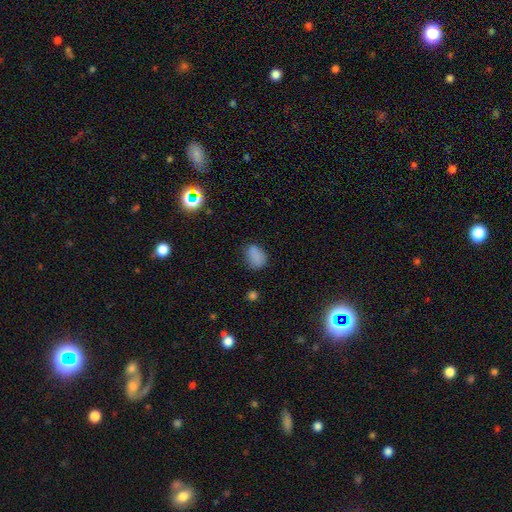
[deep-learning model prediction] smooth 82%, star or artifact 13%, featured or disk 5%. Down the decision tree: how rounded — in between (76%); merging — none (66%).